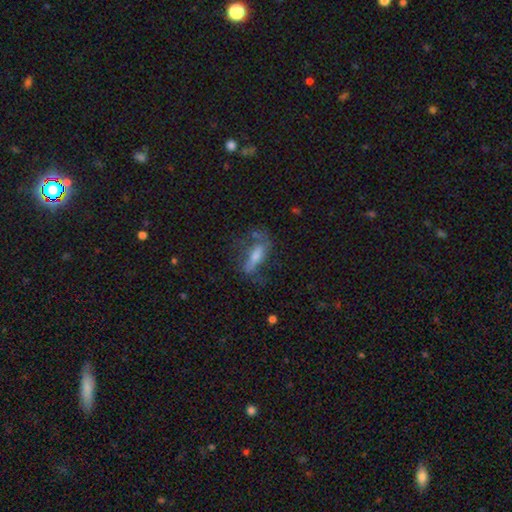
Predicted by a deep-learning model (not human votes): Smooth or featured: featured or disk — 50% (smooth — 38%)
Edge-on disk: no — 69% (yes — 31%)
Merging: none — 48% (major disturbance — 26%)